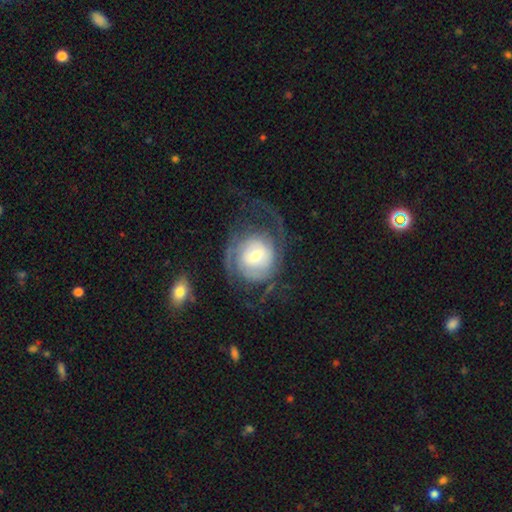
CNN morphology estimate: Smooth or featured?
  - featured or disk: 76% *
  - smooth: 18%
  - star or artifact: 6%
Edge-on disk?
  - no: 97% *
  - yes: 3%
Bar?
  - no: 59% *
  - weak: 32%
  - strong: 9%
Spiral arms?
  - yes: 90% *
  - no: 10%
Spiral winding?
  - tight: 42% *
  - medium: 36%
  - loose: 23%
Spiral arm count?
  - 2: 48% *
  - can't tell: 23%
  - 3: 11%
  - 1: 9%
  - 4: 4%
  - more than 4: 4%
Bulge size?
  - small: 44% *
  - moderate: 42%
  - large: 10%
  - dominant: 2%
  - none: 1%
Merging?
  - none: 49% *
  - major disturbance: 32%
  - minor disturbance: 16%
  - merger: 2%